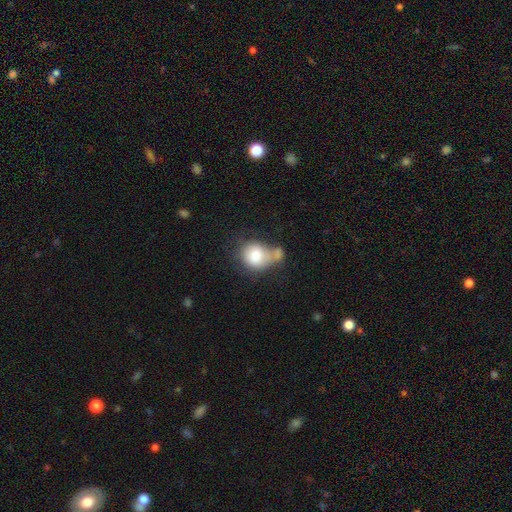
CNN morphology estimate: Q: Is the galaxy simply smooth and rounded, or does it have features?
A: smooth — 78%.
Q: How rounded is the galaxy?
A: round — 62%.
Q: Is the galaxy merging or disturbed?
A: merger — 44%.